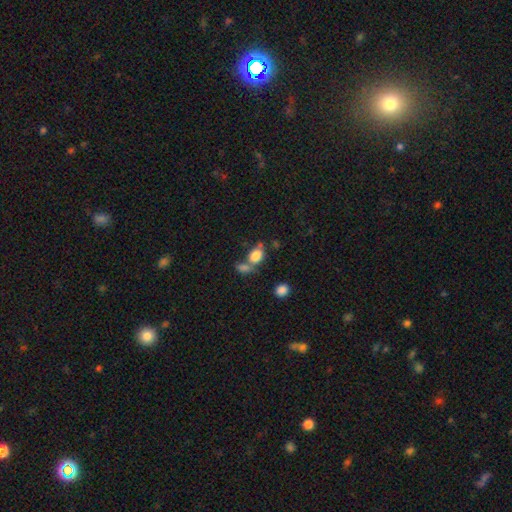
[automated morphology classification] This is clearly a smooth galaxy (81%). How rounded: likely in between (75%). Merging: marginally none (41%).